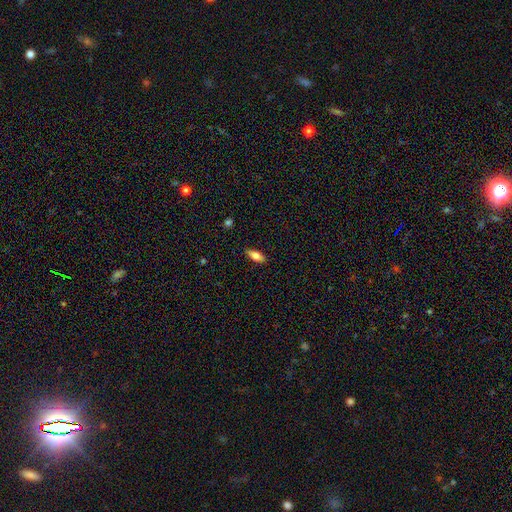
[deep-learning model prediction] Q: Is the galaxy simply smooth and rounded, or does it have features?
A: smooth — 74%.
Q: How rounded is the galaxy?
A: in between — 74%.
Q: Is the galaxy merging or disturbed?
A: none — 87%.